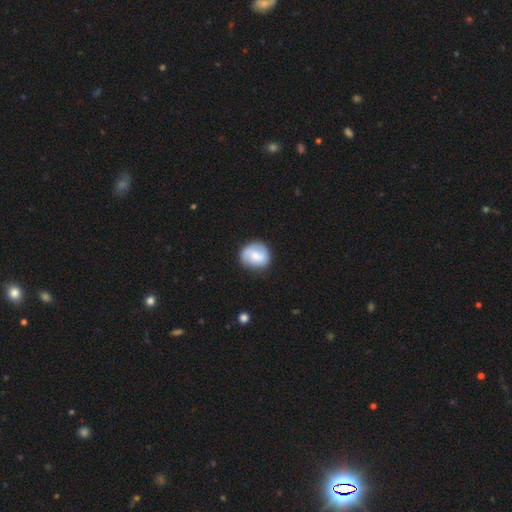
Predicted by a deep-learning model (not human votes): Overall: smooth (50%; featured or disk 44%). Merging: none (83%).